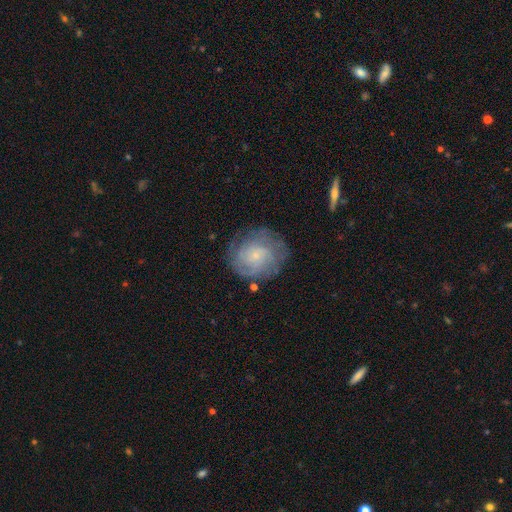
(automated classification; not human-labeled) Morphology: type=featured or disk (71%); edge-on=no (98%); bar=no (74%); spiral arms=yes (92%); winding=tight (65%); arm count=can't tell (41%); bulge=small (75%); merging=none (76%).